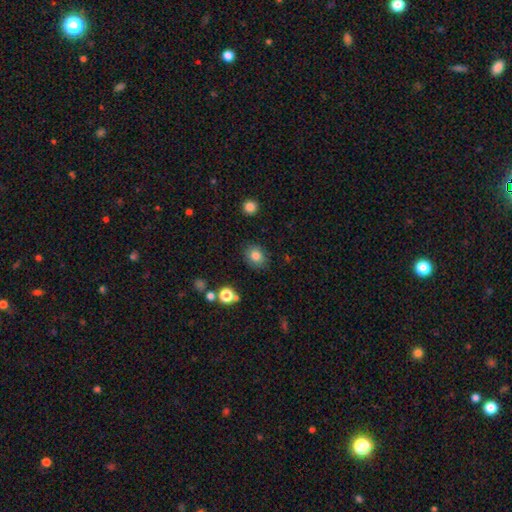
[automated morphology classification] Smooth or featured?
  - smooth: 81% *
  - star or artifact: 11%
  - featured or disk: 8%
How rounded?
  - round: 60% *
  - in between: 39%
  - cigar-shaped: 1%
Merging?
  - none: 84% *
  - minor disturbance: 11%
  - major disturbance: 3%
  - merger: 2%